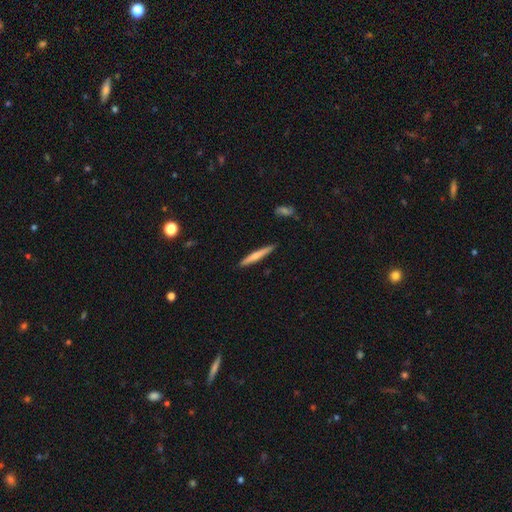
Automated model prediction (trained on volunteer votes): smooth 61%, featured or disk 33%, star or artifact 5%. Down the decision tree: how rounded — cigar-shaped (95%); merging — none (89%).